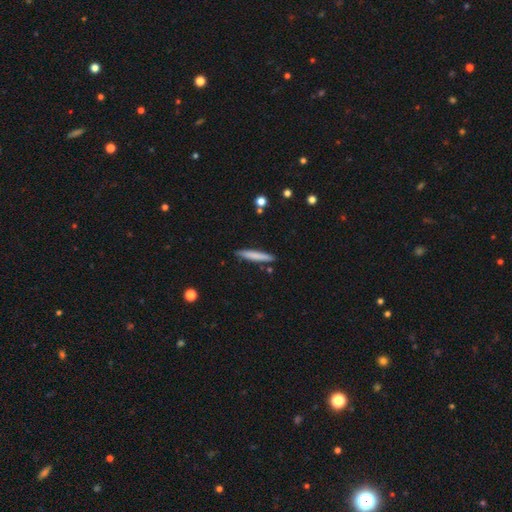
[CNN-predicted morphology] This is likely a smooth galaxy (75%). How rounded: clearly cigar-shaped (94%). Merging: clearly none (87%).